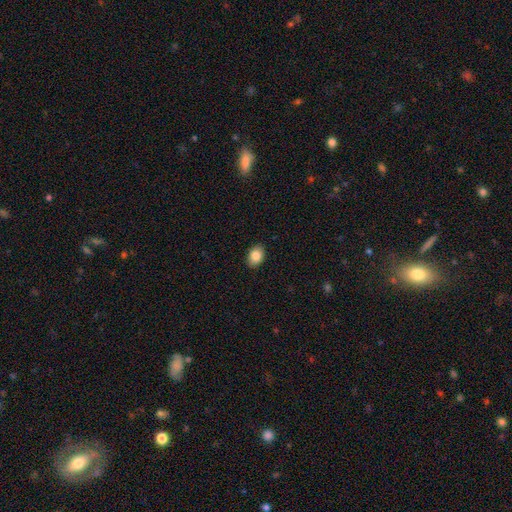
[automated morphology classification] Smooth or featured? smooth (86%)
How rounded? in between (79%)
Merging? none (89%)